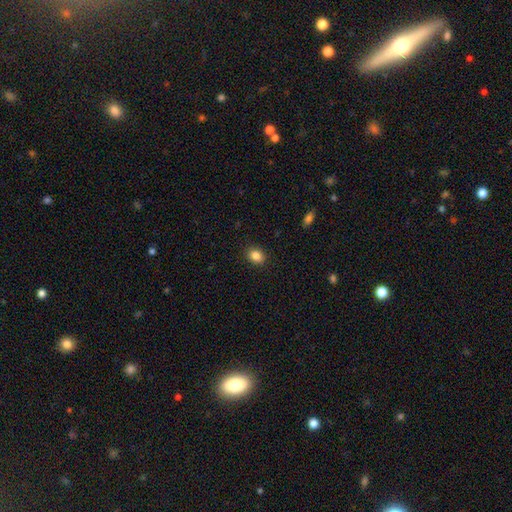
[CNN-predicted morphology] smooth_or_featured: smooth (p=0.85) [alt: star or artifact p=0.10]
how_rounded: in between (p=0.61) [alt: round p=0.38]
merging: none (p=0.89) [alt: minor disturbance p=0.08]